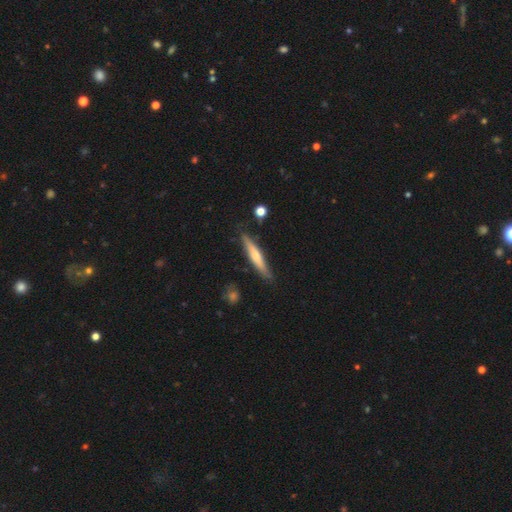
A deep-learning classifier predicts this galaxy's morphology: Smooth or featured? Predicted: smooth (p=0.53). How rounded? Predicted: cigar-shaped (p=0.91). Merging? Predicted: none (p=0.83).